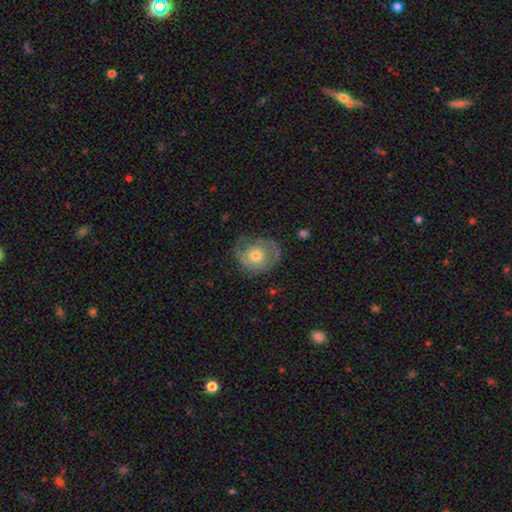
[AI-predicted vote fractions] A smooth galaxy with no disk features (50%) that is round (68%).

Vote fractions:
- Smooth or featured? smooth: 50% / featured or disk: 42% / star or artifact: 7%
- How rounded? round: 68% / in between: 31% / cigar-shaped: 1%
- Merging? none: 57% / minor disturbance: 27% / major disturbance: 14% / merger: 2%